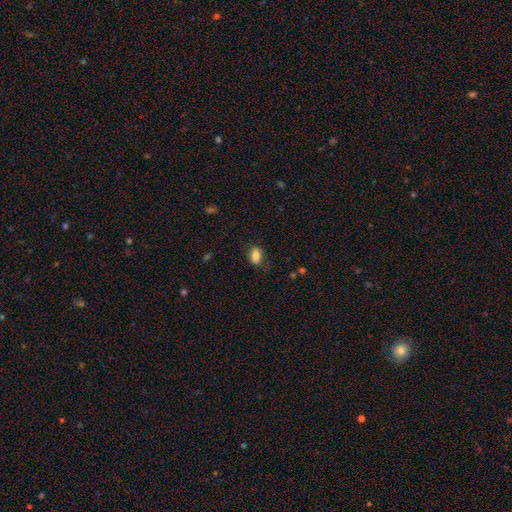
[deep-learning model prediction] smooth 80%, featured or disk 11%, star or artifact 9%. Down the decision tree: how rounded — in between (83%); merging — none (75%).